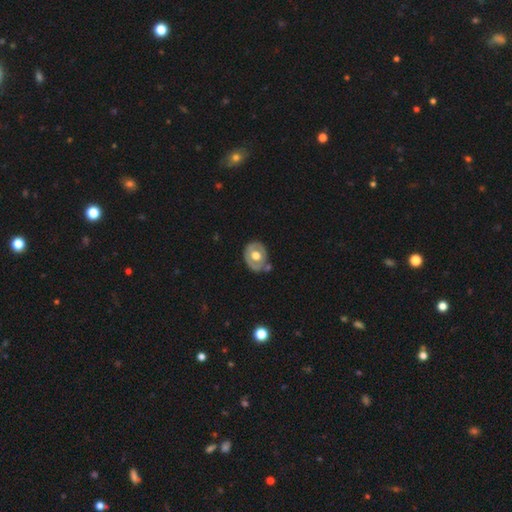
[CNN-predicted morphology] type=featured or disk (53%); edge-on=no (94%); merging=none (63%).